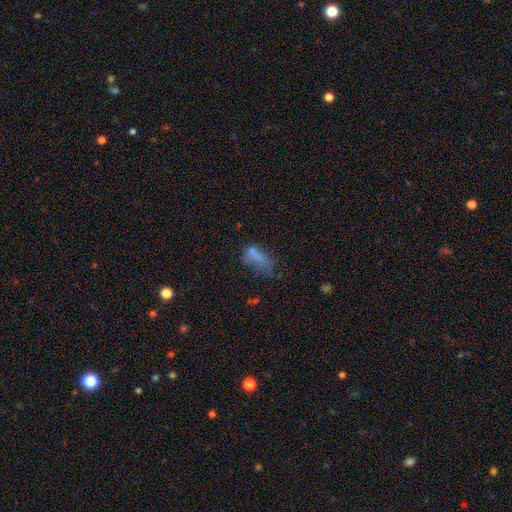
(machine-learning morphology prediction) Q: Smooth or featured?
A: smooth (60%); runner-up: featured or disk (22%)
Q: How rounded?
A: in between (82%); runner-up: cigar-shaped (11%)
Q: Merging?
A: major disturbance (39%); runner-up: none (28%)